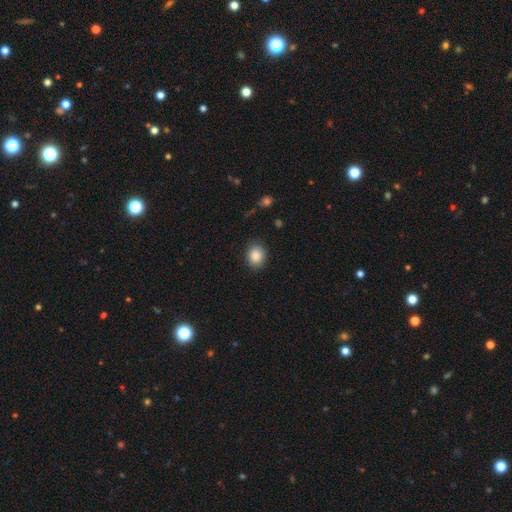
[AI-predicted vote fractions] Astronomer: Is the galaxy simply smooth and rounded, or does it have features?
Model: smooth — 87%.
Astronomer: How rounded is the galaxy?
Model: round — 61% (runner-up: in between, 38%).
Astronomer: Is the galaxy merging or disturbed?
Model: none — 86%.